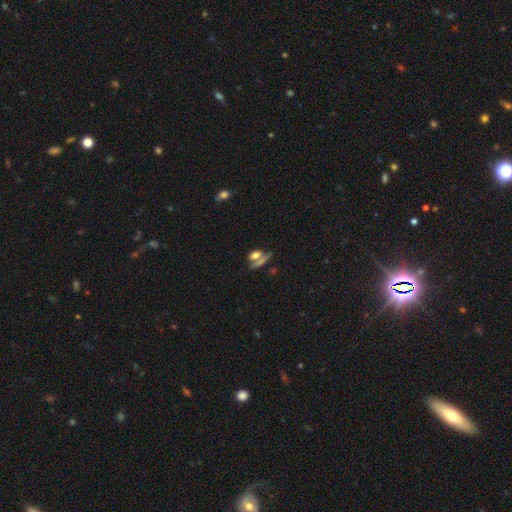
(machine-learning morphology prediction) Overall: smooth (65%). How rounded: in between (55%; round 26%). Merging: none (43%; merger 35%).